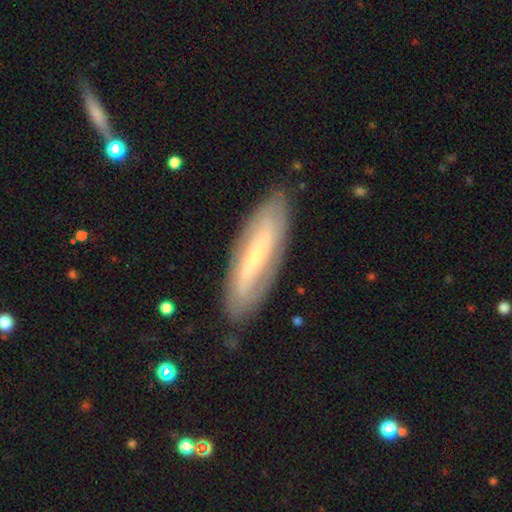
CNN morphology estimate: Smooth or featured? featured or disk (62%)
Edge-on disk? no (68%)
Merging? none (84%)